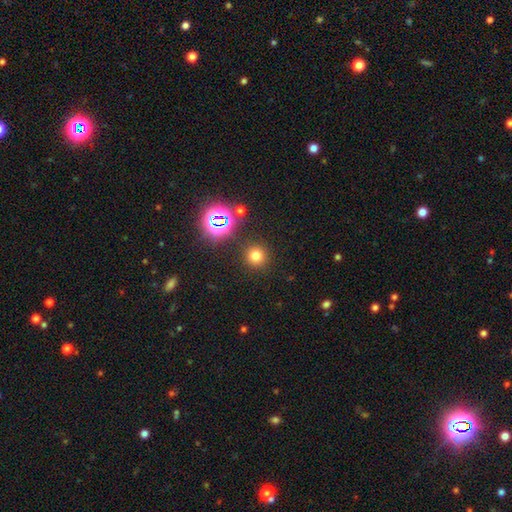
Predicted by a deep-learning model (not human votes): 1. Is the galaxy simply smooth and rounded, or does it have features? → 71% smooth, 23% star or artifact, 6% featured or disk.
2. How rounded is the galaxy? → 93% round, 6% in between, 1% cigar-shaped.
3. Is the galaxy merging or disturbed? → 88% none, 7% minor disturbance, 3% major disturbance, 3% merger.